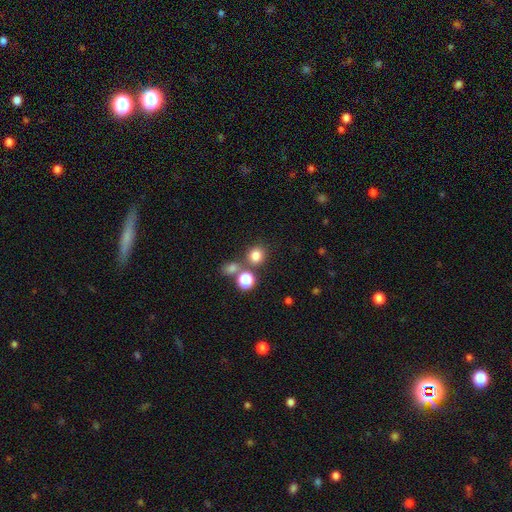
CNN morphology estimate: Smooth or featured? smooth (78%)
How rounded? round (84%)
Merging? none (72%)